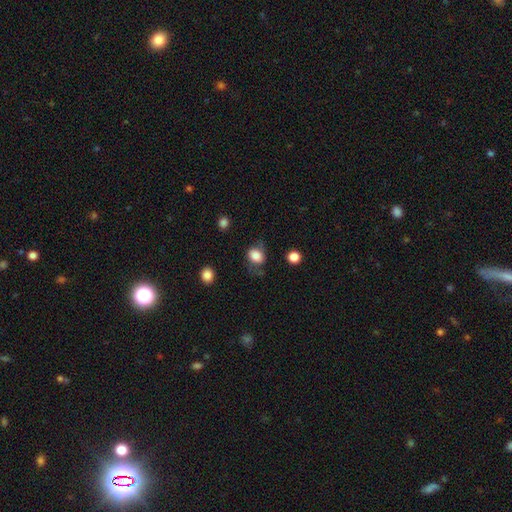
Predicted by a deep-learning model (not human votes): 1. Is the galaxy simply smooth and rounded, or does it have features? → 79% smooth, 12% featured or disk, 8% star or artifact.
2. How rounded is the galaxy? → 54% in between, 45% round, 1% cigar-shaped.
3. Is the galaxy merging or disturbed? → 59% none, 25% minor disturbance, 13% major disturbance, 2% merger.